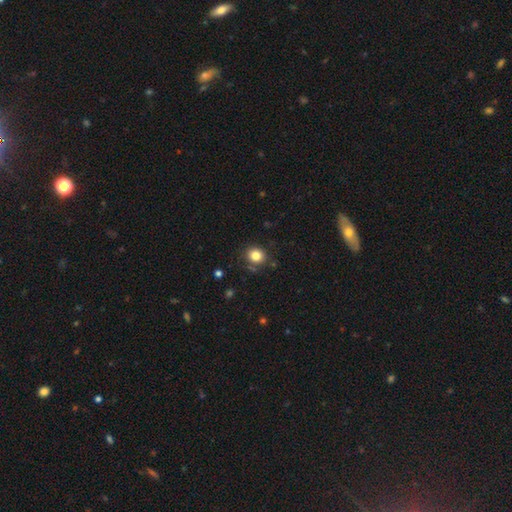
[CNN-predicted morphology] type=smooth (82%); roundness=round (82%); merging=none (83%).